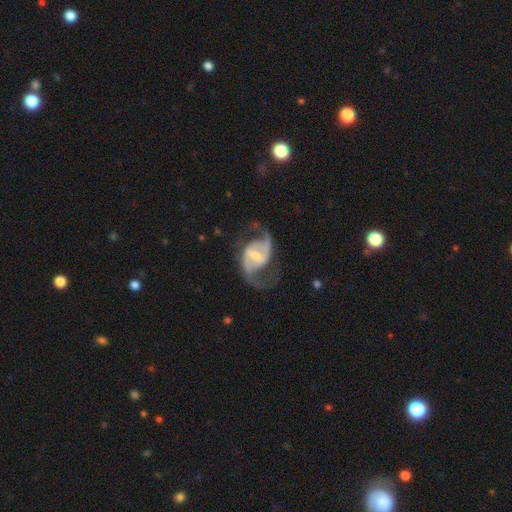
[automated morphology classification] Smooth or featured? Predicted: featured or disk (p=0.89). Edge-on disk? Predicted: no (p=0.97). Bar? Predicted: weak (p=0.51). Spiral arms? Predicted: yes (p=0.96). Spiral winding? Predicted: loose (p=0.51). Spiral arm count? Predicted: 2 (p=0.92). Bulge size? Predicted: moderate (p=0.46). Merging? Predicted: none (p=0.69).